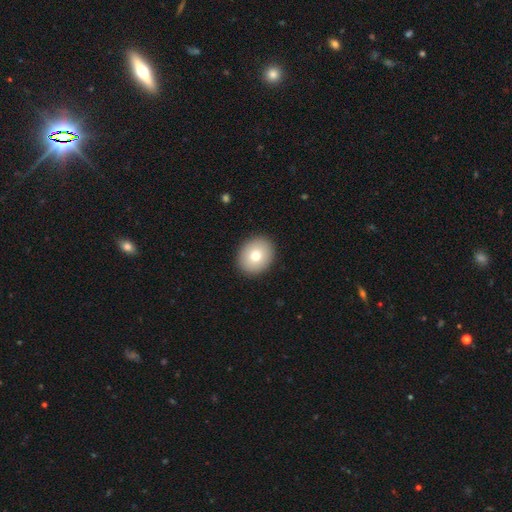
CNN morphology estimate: Smooth or featured: smooth — 76% (featured or disk — 15%)
How rounded: round — 62% (in between — 37%)
Merging: none — 91% (minor disturbance — 6%)